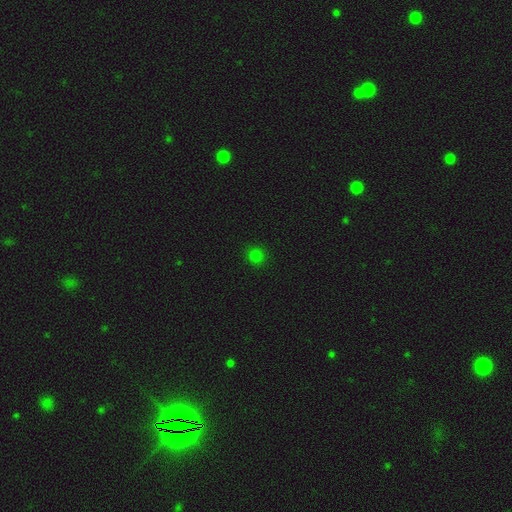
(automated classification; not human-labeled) A smooth galaxy with no disk features (80%) that is round (90%). Merging: none (91%).